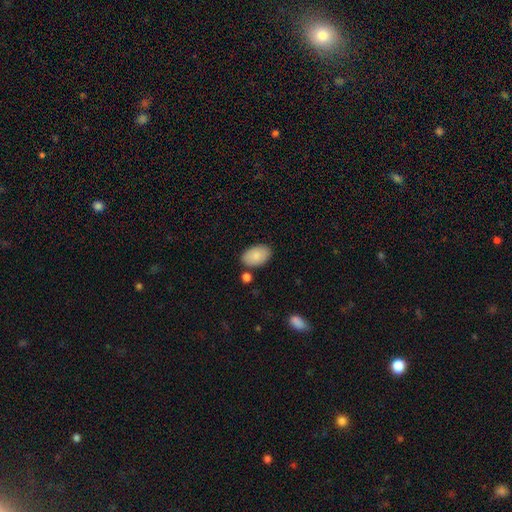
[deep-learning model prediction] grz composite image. It shows a smooth galaxy with no disk features (87%) that is in between round and cigar-shaped (94%). Merging: none (81%).